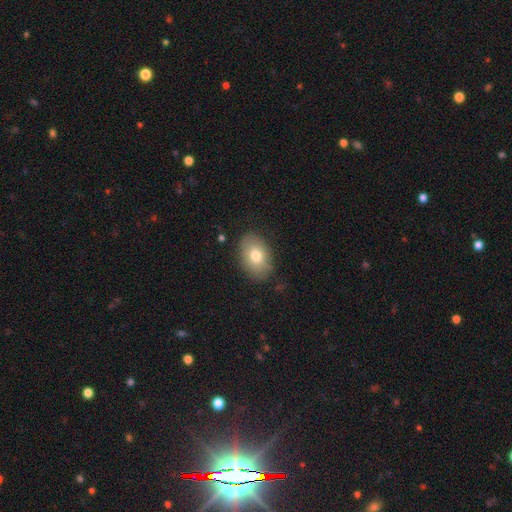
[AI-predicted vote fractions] A smooth galaxy with no disk features (75%) that is in between round and cigar-shaped (83%). Merging: none (83%).